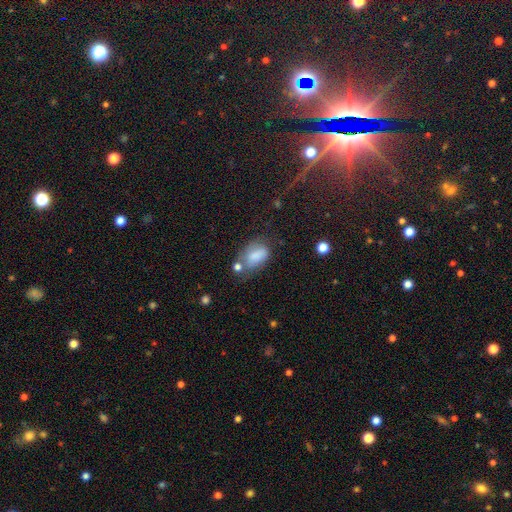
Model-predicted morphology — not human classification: smooth-or-featured: smooth: 76% | featured or disk: 15% | star or artifact: 9%
  how-rounded: in between: 87% | round: 11% | cigar-shaped: 2%
  merging: none: 39% | minor disturbance: 28% | merger: 18% | major disturbance: 16%